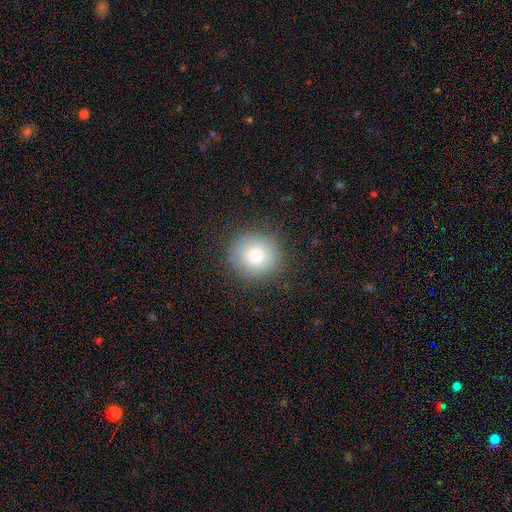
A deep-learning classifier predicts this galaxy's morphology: A smooth galaxy with no disk features (78%) that is round (91%). Merging: none (89%).